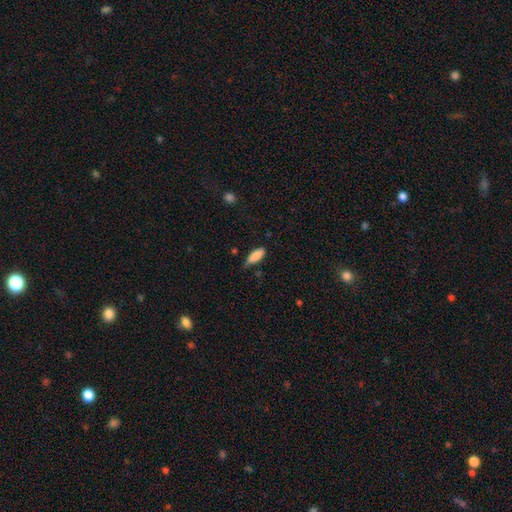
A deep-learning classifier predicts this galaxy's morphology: This is clearly a smooth galaxy (84%). How rounded: likely in between (76%). Merging: likely none (61%).